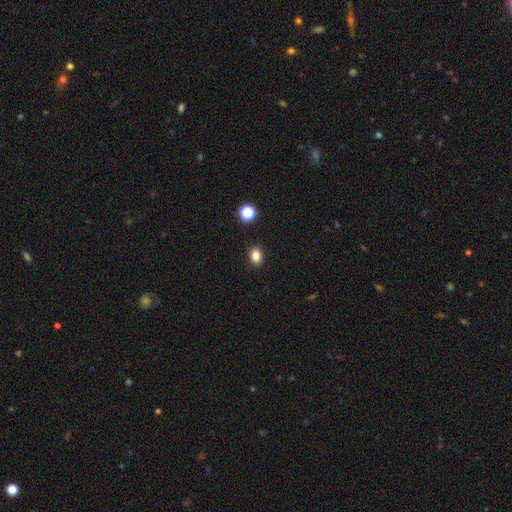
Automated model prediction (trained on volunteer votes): smooth-or-featured: smooth: 84% | star or artifact: 12% | featured or disk: 5%
  how-rounded: in between: 64% | round: 35% | cigar-shaped: 1%
  merging: none: 90% | minor disturbance: 7% | major disturbance: 2% | merger: 2%